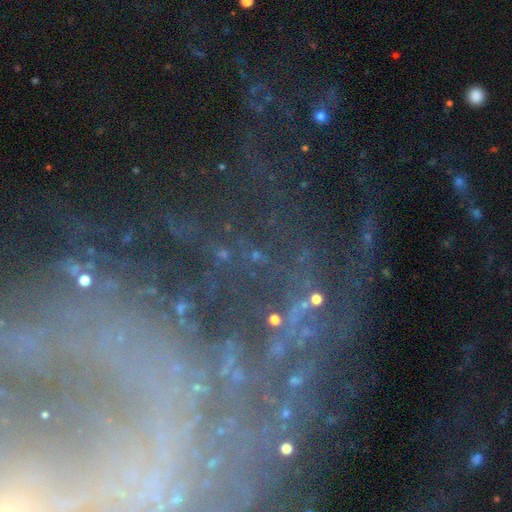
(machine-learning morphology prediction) Smooth or featured? Predicted: star or artifact (p=0.45).